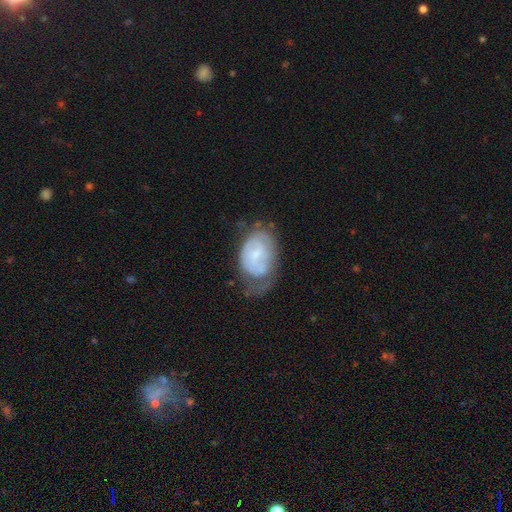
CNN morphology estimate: A featured or disk galaxy (57%) with no bar (46%), spiral arms (67%) and a small central bulge (56%). Merging: none (35%).